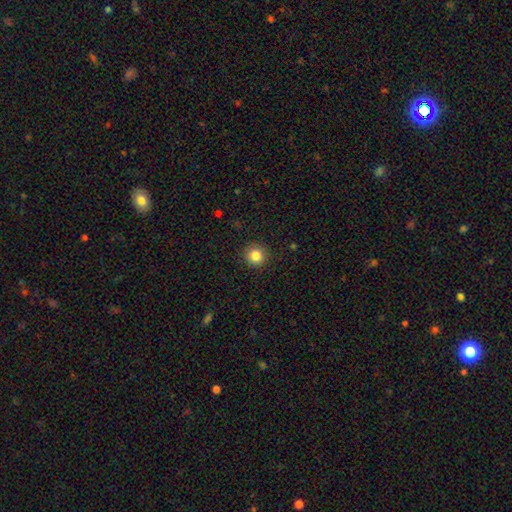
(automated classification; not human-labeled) Q: Smooth or featured?
A: smooth (85%); runner-up: star or artifact (11%)
Q: How rounded?
A: round (94%); runner-up: in between (5%)
Q: Merging?
A: none (92%); runner-up: minor disturbance (6%)